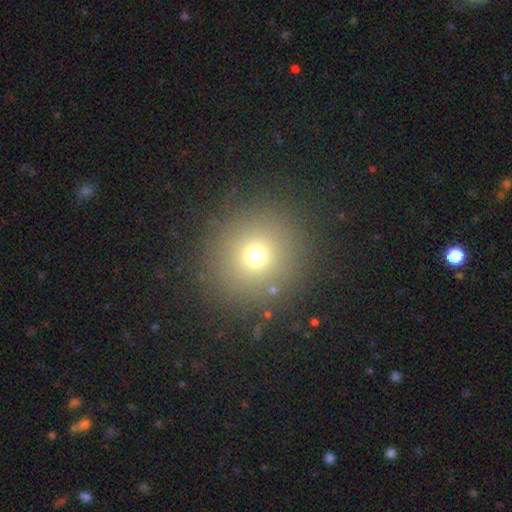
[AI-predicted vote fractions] Smooth or featured?
  - smooth: 69% *
  - star or artifact: 21%
  - featured or disk: 10%
How rounded?
  - round: 94% *
  - in between: 5%
  - cigar-shaped: 1%
Merging?
  - none: 88% *
  - minor disturbance: 6%
  - major disturbance: 4%
  - merger: 2%